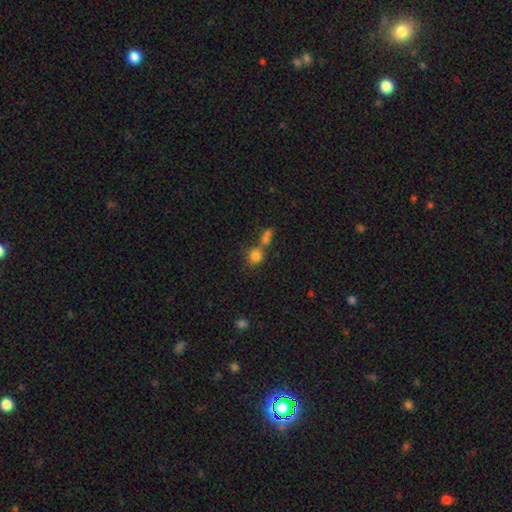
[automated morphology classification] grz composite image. It shows a smooth galaxy with no disk features (81%) that is round (82%). Merging: none (49%).